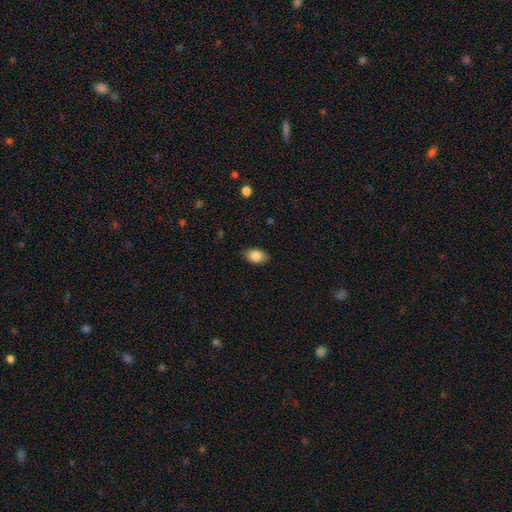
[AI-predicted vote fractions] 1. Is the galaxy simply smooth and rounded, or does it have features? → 86% smooth, 7% star or artifact, 7% featured or disk.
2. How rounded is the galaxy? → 88% in between, 10% round, 2% cigar-shaped.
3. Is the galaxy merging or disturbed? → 85% none, 11% minor disturbance, 2% major disturbance, 1% merger.